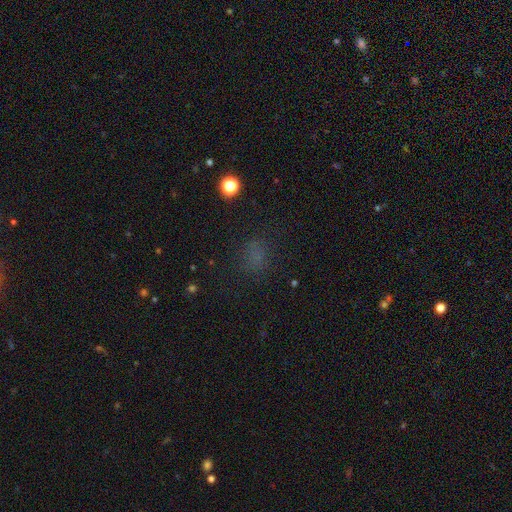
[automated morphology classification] Smooth or featured? Predicted: smooth (p=0.64). How rounded? Predicted: round (p=0.56). Merging? Predicted: none (p=0.76).